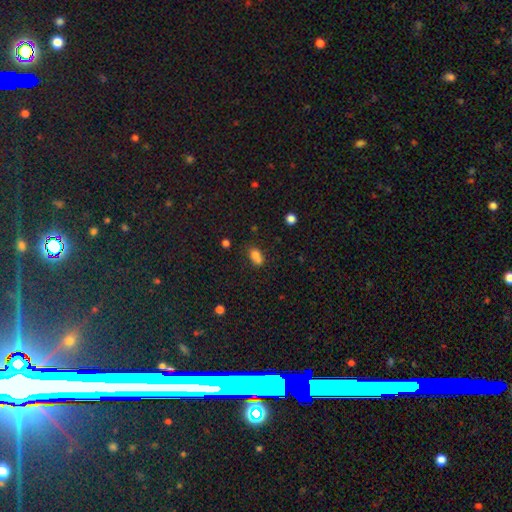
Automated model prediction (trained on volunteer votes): A smooth galaxy with no disk features (75%) that is in between round and cigar-shaped (65%).

Vote fractions:
- Smooth or featured? smooth: 75% / star or artifact: 13% / featured or disk: 12%
- How rounded? in between: 65% / round: 33% / cigar-shaped: 2%
- Merging? merger: 41% / none: 37% / minor disturbance: 16% / major disturbance: 6%